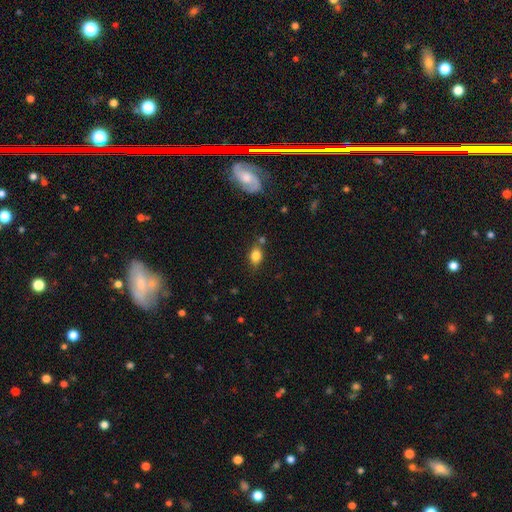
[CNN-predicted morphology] A smooth galaxy with no disk features (82%) that is in between round and cigar-shaped (67%). Merging: none (69%).